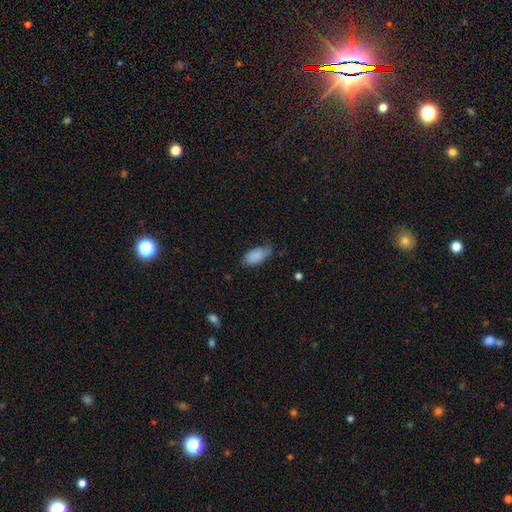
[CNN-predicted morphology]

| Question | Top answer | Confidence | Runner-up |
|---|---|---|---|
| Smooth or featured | smooth | 85% | featured or disk (9%) |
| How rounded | in between | 93% | cigar-shaped (5%) |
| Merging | none | 55% | minor disturbance (35%) |